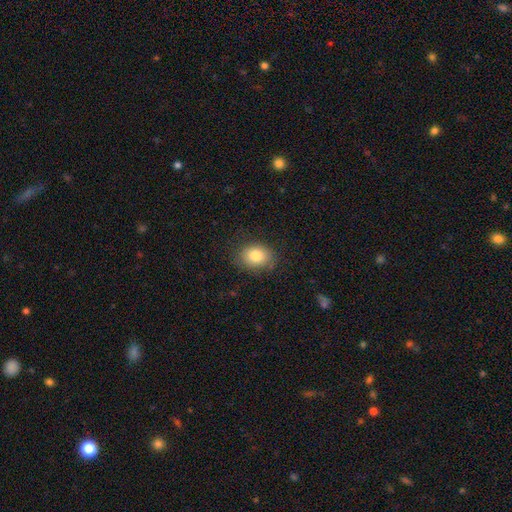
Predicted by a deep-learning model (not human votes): Smooth or featured? smooth (83%)
How rounded? in between (64%)
Merging? none (80%)